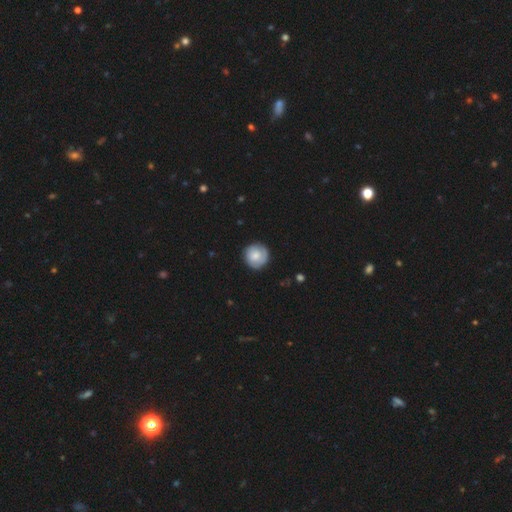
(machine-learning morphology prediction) Smooth or featured? smooth (61%)
How rounded? round (94%)
Merging? none (83%)